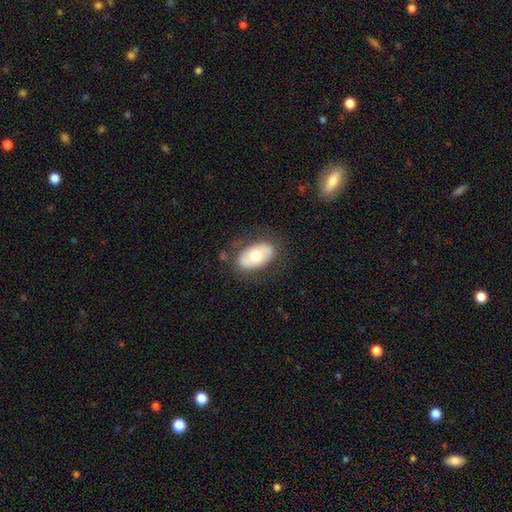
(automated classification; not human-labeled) A smooth galaxy with no disk features (59%) that is in between round and cigar-shaped (91%).

Vote fractions:
- Smooth or featured? smooth: 59% / featured or disk: 35% / star or artifact: 6%
- How rounded? in between: 91% / round: 7% / cigar-shaped: 1%
- Merging? none: 78% / minor disturbance: 14% / major disturbance: 6% / merger: 2%